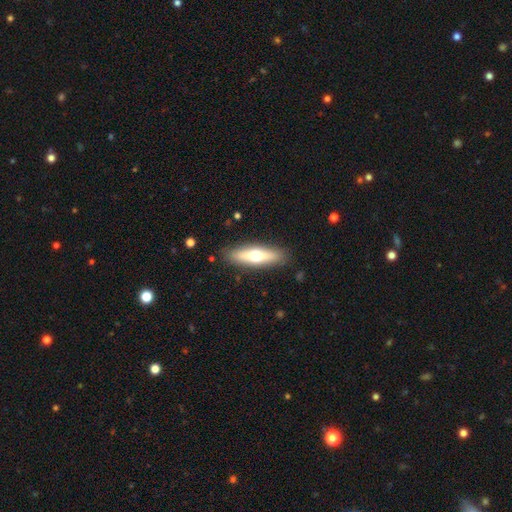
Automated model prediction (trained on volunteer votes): Smooth or featured?
  - smooth: 51% *
  - featured or disk: 42%
  - star or artifact: 6%
How rounded?
  - cigar-shaped: 60% *
  - in between: 37%
  - round: 3%
Merging?
  - none: 87% *
  - minor disturbance: 9%
  - major disturbance: 2%
  - merger: 1%